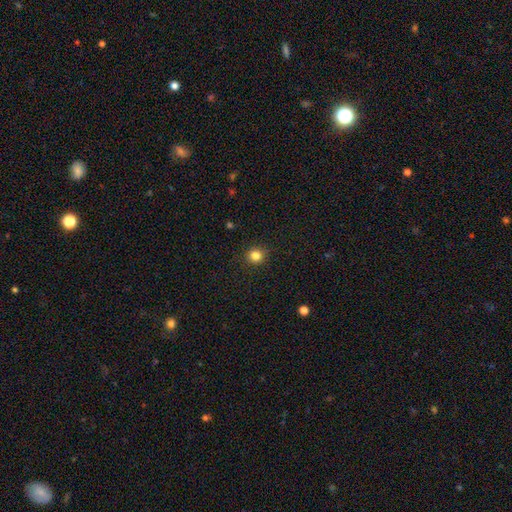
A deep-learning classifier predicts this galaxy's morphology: smooth_or_featured: smooth (p=0.83) [alt: star or artifact p=0.12]
how_rounded: round (p=0.91) [alt: in between p=0.08]
merging: none (p=0.91) [alt: minor disturbance p=0.06]